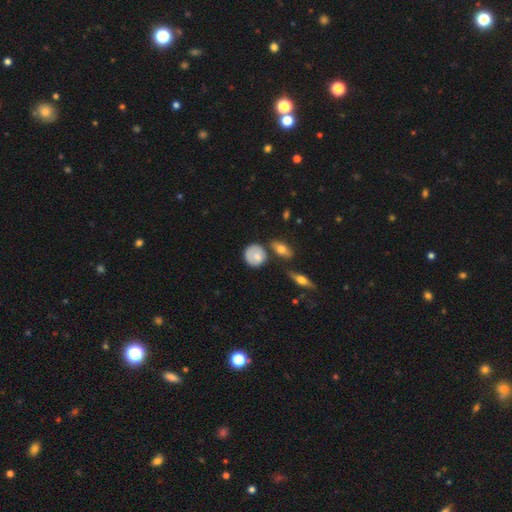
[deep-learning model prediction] The model was most divided on "merging": none: 62%, minor disturbance: 22%, merger: 9%, major disturbance: 7%. More confident: how rounded — round (79%); smooth or featured — smooth (70%).